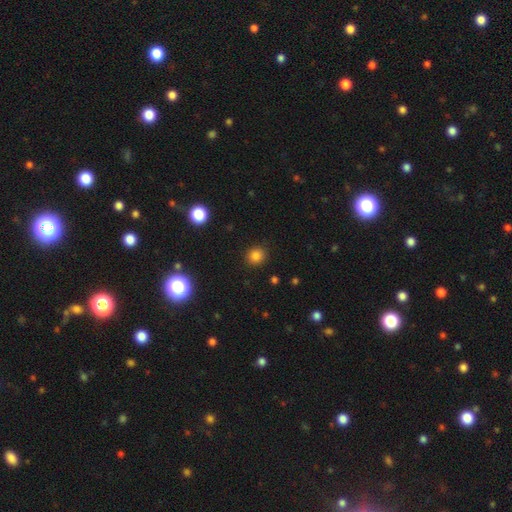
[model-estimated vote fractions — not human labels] A smooth galaxy with no disk features (81%) that is round (82%). Merging: none (90%).